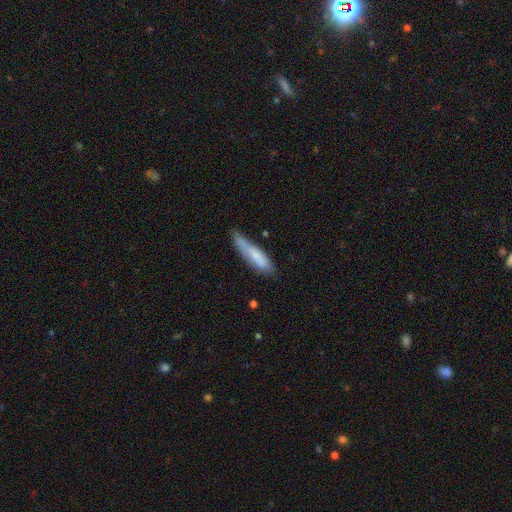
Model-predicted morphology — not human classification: Q: Smooth or featured?
A: smooth (70%); runner-up: featured or disk (24%)
Q: How rounded?
A: cigar-shaped (78%); runner-up: in between (21%)
Q: Merging?
A: none (57%); runner-up: minor disturbance (31%)